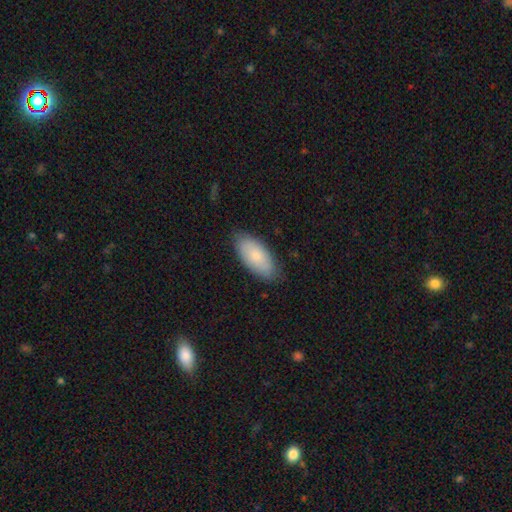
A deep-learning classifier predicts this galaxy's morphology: This appears to be a smooth galaxy with no disk features (78%) that is in between round and cigar-shaped (92%). Merging: none (81%).